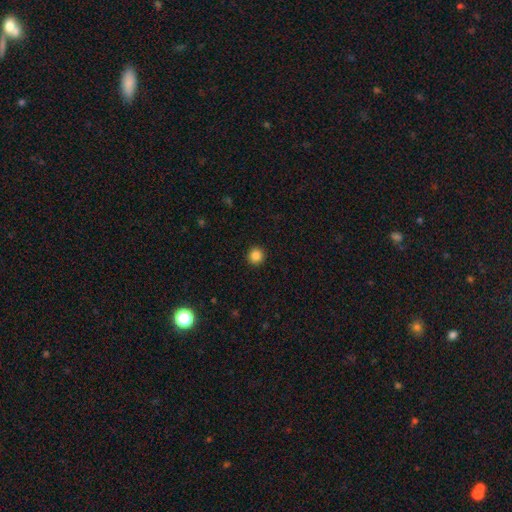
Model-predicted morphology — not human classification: This is clearly a smooth galaxy (86%). How rounded: clearly round (94%). Merging: clearly none (93%).